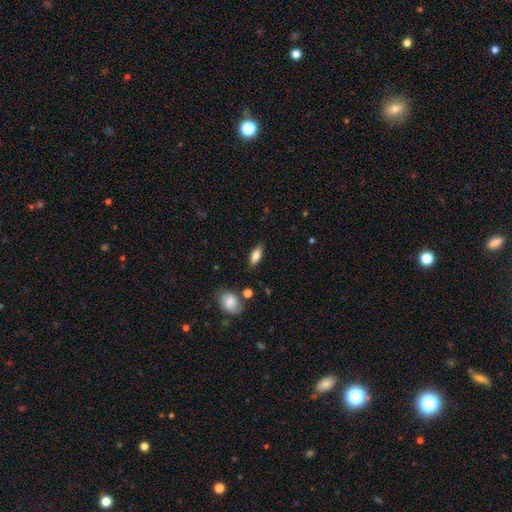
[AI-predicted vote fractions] Smooth or featured?
  - smooth: 80% *
  - featured or disk: 12%
  - star or artifact: 7%
How rounded?
  - in between: 79% *
  - cigar-shaped: 18%
  - round: 3%
Merging?
  - none: 83% *
  - minor disturbance: 12%
  - major disturbance: 3%
  - merger: 2%